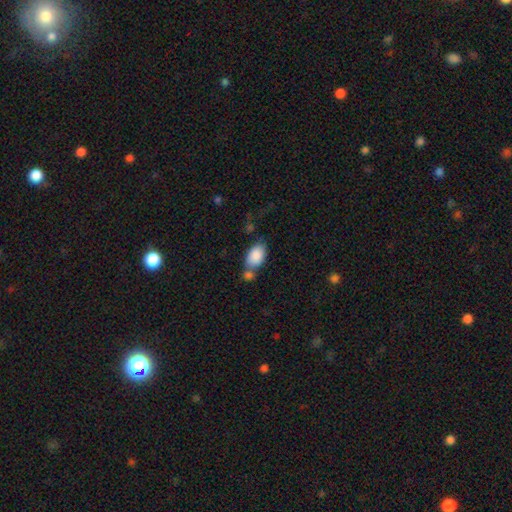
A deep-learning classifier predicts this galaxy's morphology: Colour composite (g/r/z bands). It shows a smooth galaxy with no disk features (87%) that is in between round and cigar-shaped (92%). Merging: none (48%).